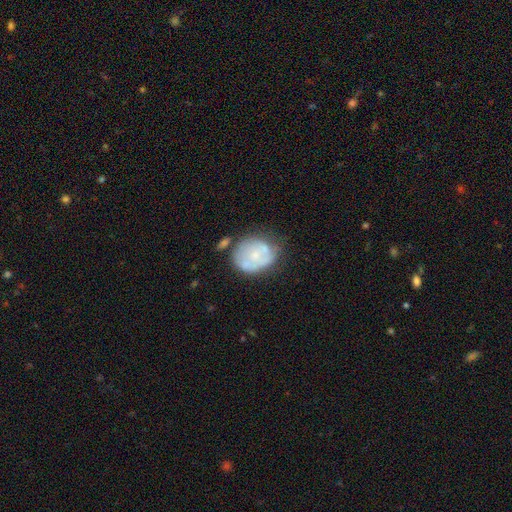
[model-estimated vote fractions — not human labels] Smooth or featured? Predicted: smooth (p=0.47). Merging? Predicted: none (p=0.44).